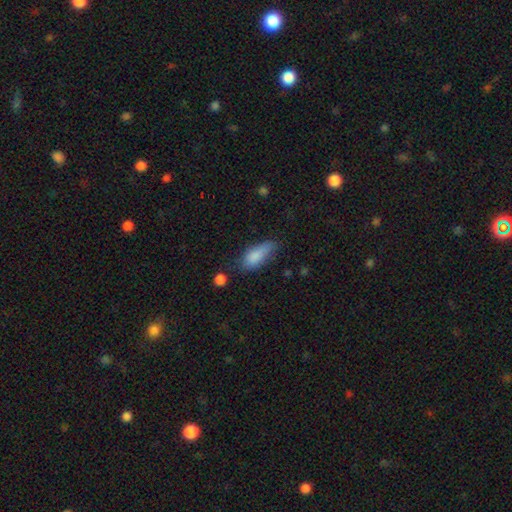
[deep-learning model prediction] smooth-or-featured: smooth: 85% | featured or disk: 8% | star or artifact: 7%
  how-rounded: in between: 77% | cigar-shaped: 20% | round: 3%
  merging: none: 54% | minor disturbance: 32% | major disturbance: 10% | merger: 4%